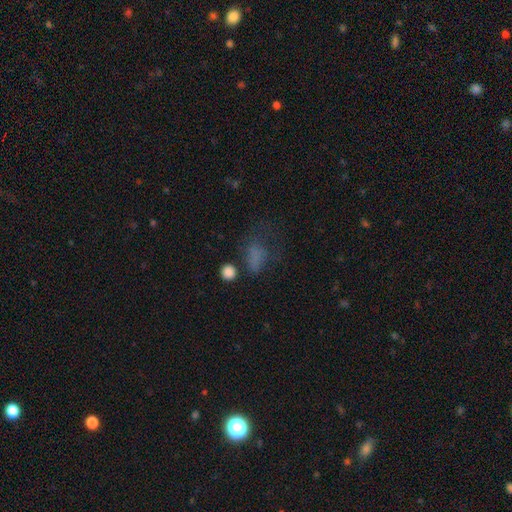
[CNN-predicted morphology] Smooth or featured? smooth (64%)
How rounded? in between (69%)
Merging? none (36%)